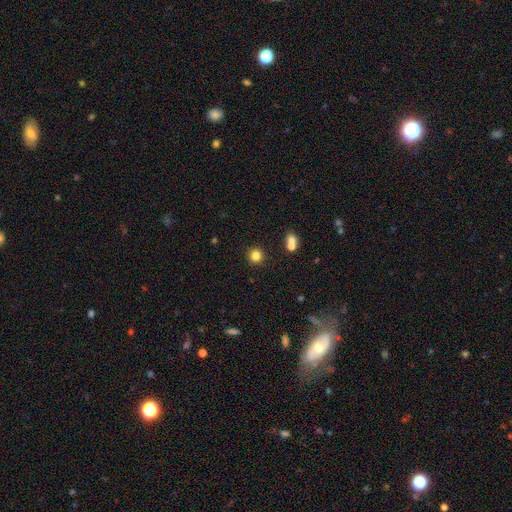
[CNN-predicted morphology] A smooth galaxy with no disk features (82%) that is round (93%).

Vote fractions:
- Smooth or featured? smooth: 82% / star or artifact: 12% / featured or disk: 5%
- How rounded? round: 93% / in between: 6% / cigar-shaped: 1%
- Merging? none: 87% / minor disturbance: 6% / merger: 5% / major disturbance: 2%